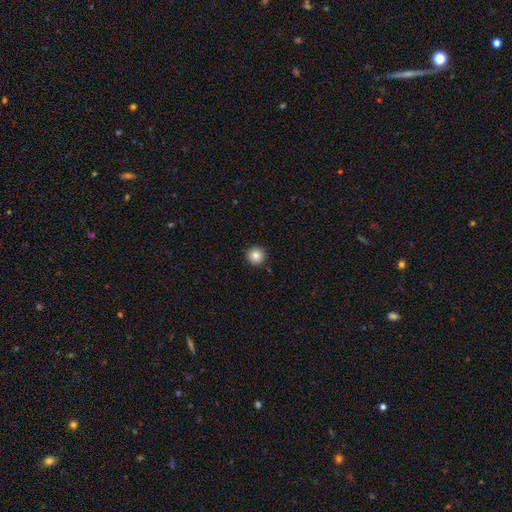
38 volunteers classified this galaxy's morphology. This appears to be a smooth galaxy with no disk features (92%) that is round (97%). Merging: none (89%).